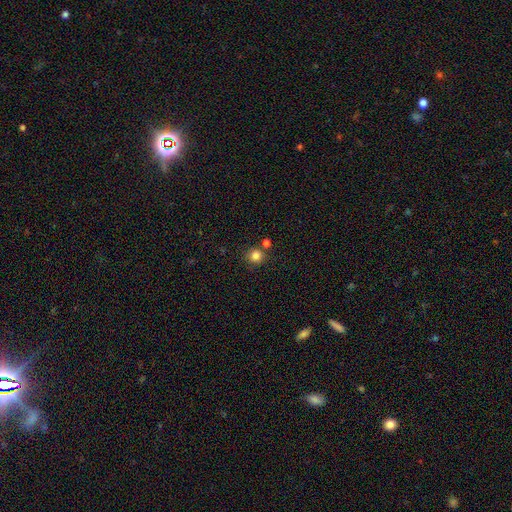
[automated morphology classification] This is clearly a smooth galaxy (82%). How rounded: clearly round (90%). Merging: likely none (74%).